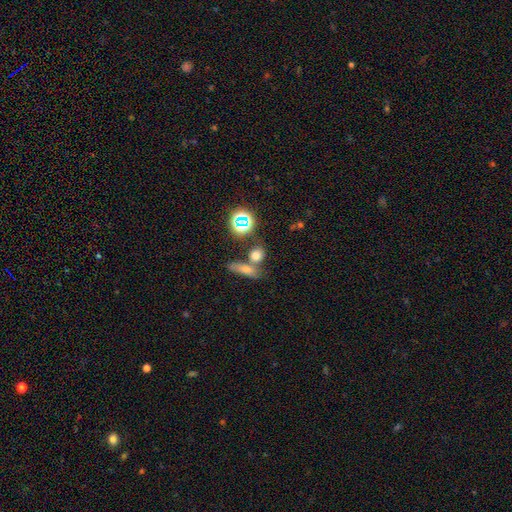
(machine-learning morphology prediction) Smooth or featured? smooth (67%)
How rounded? round (47%)
Merging? none (55%)